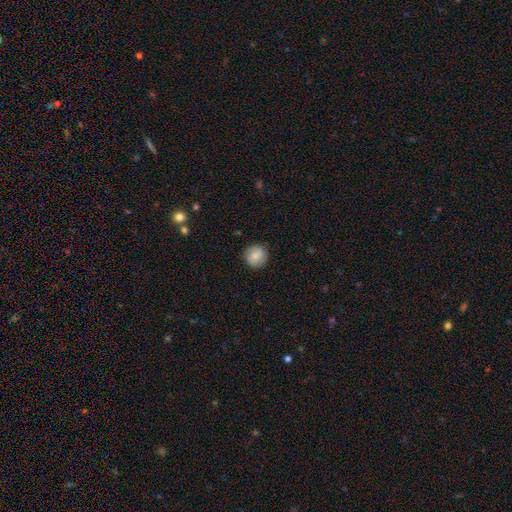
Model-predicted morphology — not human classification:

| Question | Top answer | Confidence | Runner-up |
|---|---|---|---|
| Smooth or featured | smooth | 81% | featured or disk (11%) |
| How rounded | round | 92% | in between (7%) |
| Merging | none | 87% | minor disturbance (9%) |